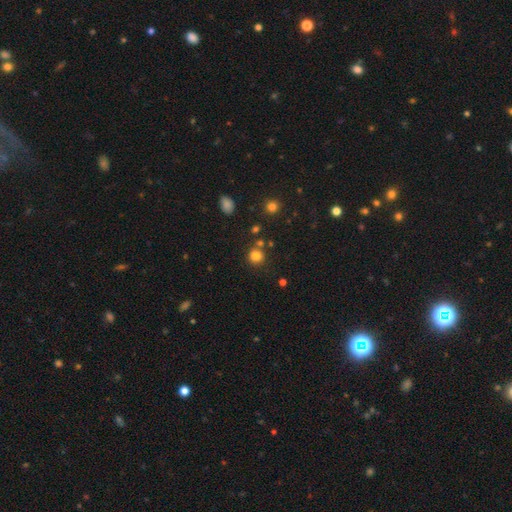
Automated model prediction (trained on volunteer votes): smooth-or-featured: smooth: 80% | star or artifact: 15% | featured or disk: 5%
  how-rounded: round: 87% | in between: 12% | cigar-shaped: 1%
  merging: none: 76% | merger: 11% | minor disturbance: 10% | major disturbance: 4%